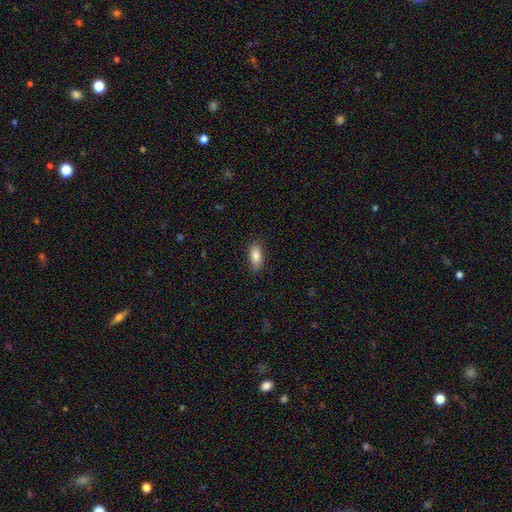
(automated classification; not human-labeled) A smooth galaxy with no disk features (85%) that is in between round and cigar-shaped (83%). Merging: none (85%).